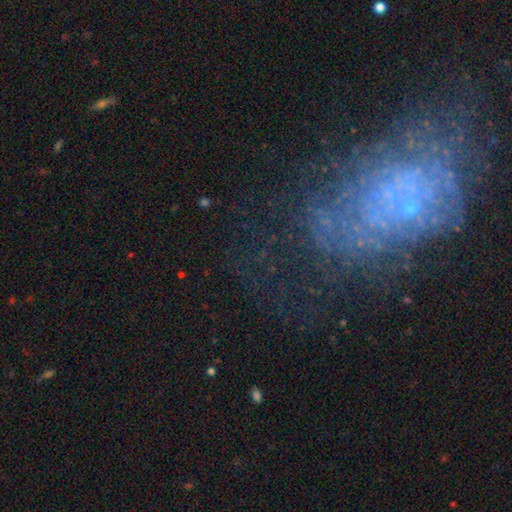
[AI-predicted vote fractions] Smooth or featured? featured or disk (59%)
Edge-on disk? no (95%)
Bar? no (84%)
Spiral arms? no (56%)
Bulge size? small (49%)
Merging? none (53%)